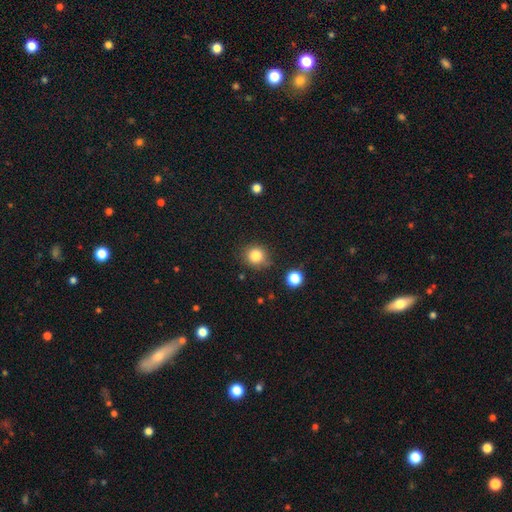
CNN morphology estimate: The model was most divided on "merging": none: 79%, minor disturbance: 14%, merger: 4%, major disturbance: 3%. More confident: how rounded — round (85%); smooth or featured — smooth (83%).